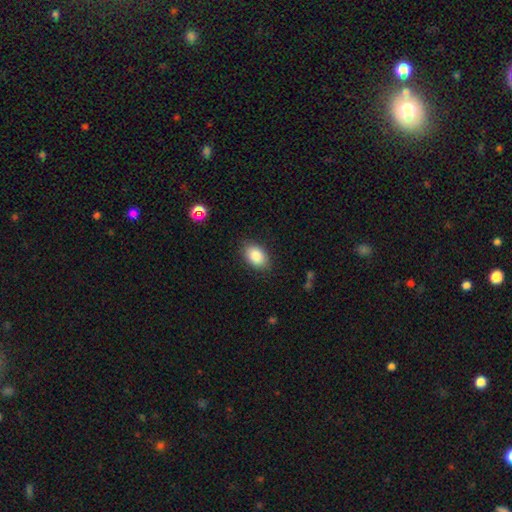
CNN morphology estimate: A smooth galaxy with no disk features (87%) that is in between round and cigar-shaped (87%). Merging: none (84%).